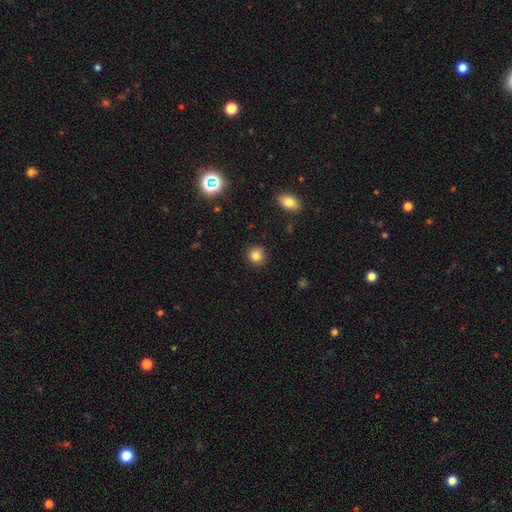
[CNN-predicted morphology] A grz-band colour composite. It shows a smooth galaxy with no disk features (82%) that is round (89%). Merging: none (90%).